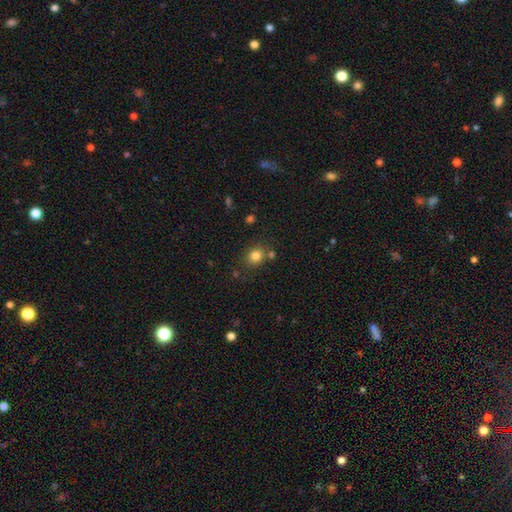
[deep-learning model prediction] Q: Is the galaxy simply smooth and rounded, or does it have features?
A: smooth — 81%.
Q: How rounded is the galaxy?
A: round — 75%.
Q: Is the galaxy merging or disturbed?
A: none — 74%.